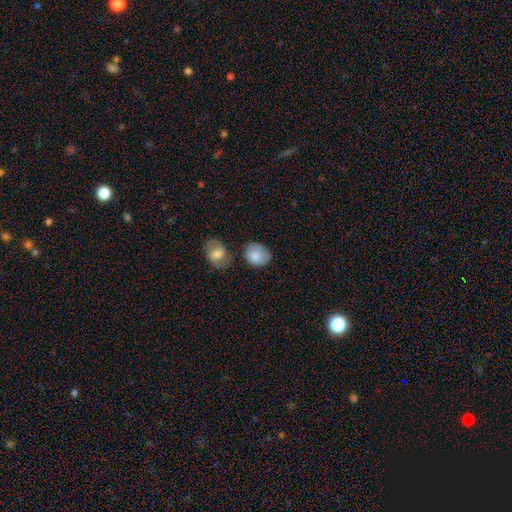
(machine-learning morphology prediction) This is clearly a smooth galaxy (83%). How rounded: possibly in between (51%). Merging: possibly none (52%).